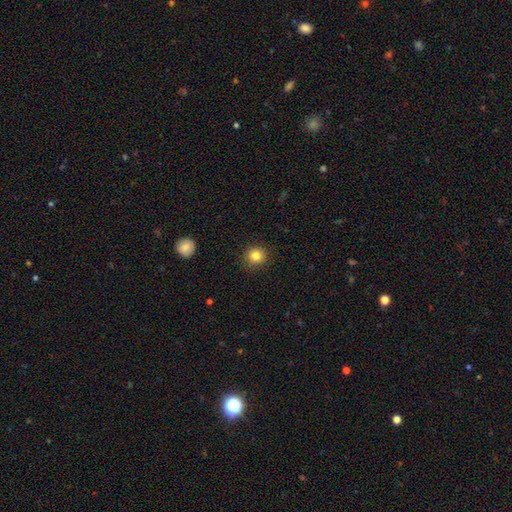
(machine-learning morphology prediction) Q: Smooth or featured?
A: smooth (83%); runner-up: star or artifact (11%)
Q: How rounded?
A: round (92%); runner-up: in between (7%)
Q: Merging?
A: none (90%); runner-up: minor disturbance (6%)